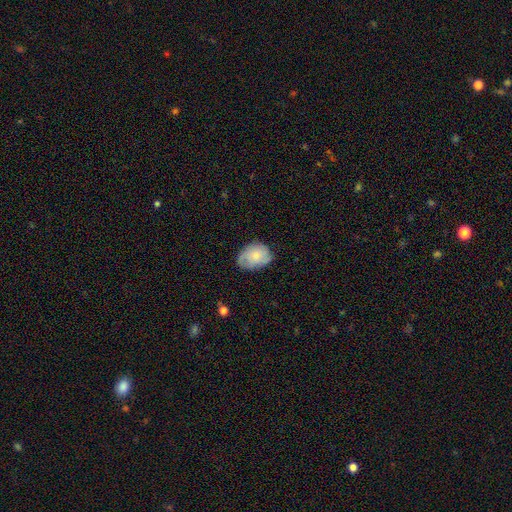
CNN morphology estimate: Q: Smooth or featured?
A: smooth (58%); runner-up: featured or disk (35%)
Q: How rounded?
A: in between (73%); runner-up: round (26%)
Q: Merging?
A: none (64%); runner-up: minor disturbance (27%)